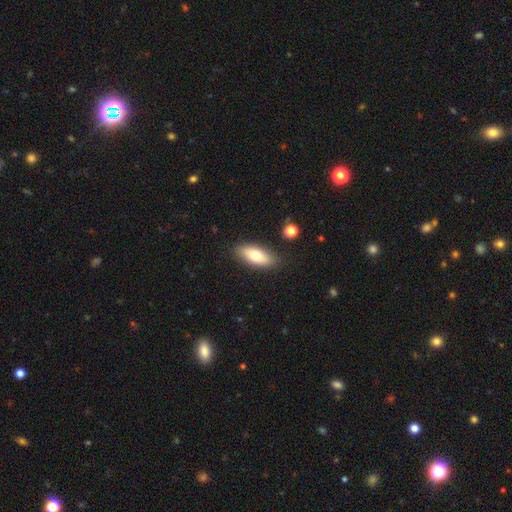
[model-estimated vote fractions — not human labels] Morphology: type=smooth (73%); roundness=in between (78%); merging=none (85%).